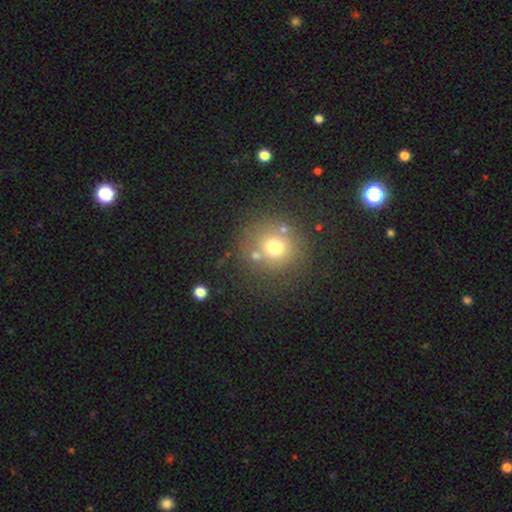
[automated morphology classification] A smooth galaxy with no disk features (67%) that is round (92%). Merging: none (73%).